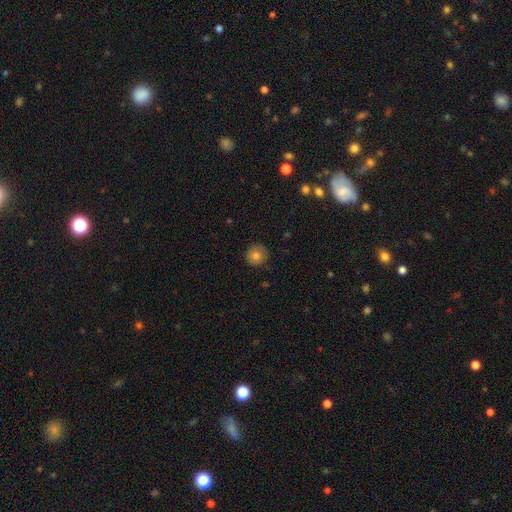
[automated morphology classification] smooth 77%, featured or disk 14%, star or artifact 9%. Down the decision tree: how rounded — round (93%); merging — none (86%).